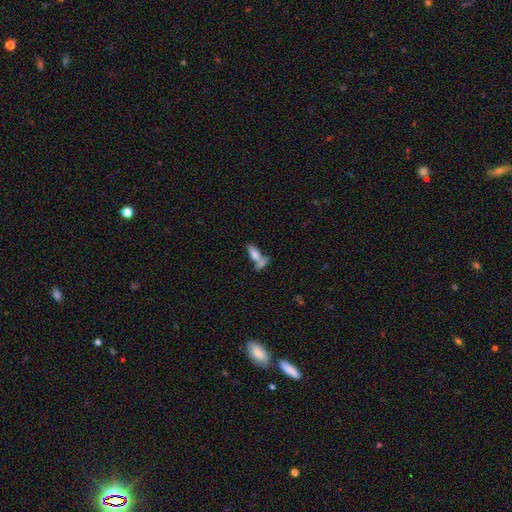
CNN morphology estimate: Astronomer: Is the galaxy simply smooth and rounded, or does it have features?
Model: smooth — 70%.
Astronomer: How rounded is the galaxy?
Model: in between — 62%.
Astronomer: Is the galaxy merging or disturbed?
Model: merger — 49% (runner-up: none, 35%).